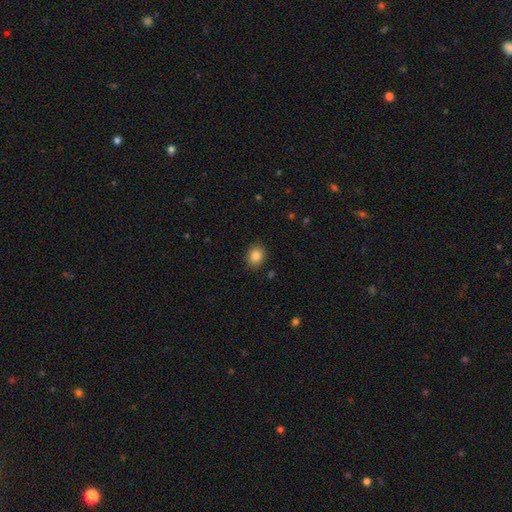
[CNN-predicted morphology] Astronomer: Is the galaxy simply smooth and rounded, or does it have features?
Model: smooth — 87%.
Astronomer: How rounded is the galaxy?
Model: round — 57% (runner-up: in between, 42%).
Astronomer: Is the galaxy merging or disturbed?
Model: none — 85%.